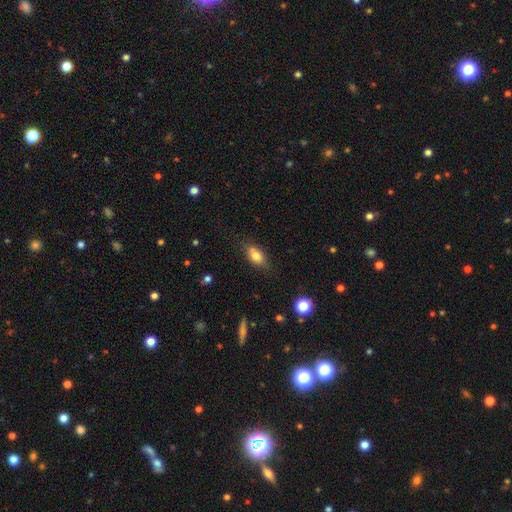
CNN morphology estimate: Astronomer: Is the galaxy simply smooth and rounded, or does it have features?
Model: smooth — 78%.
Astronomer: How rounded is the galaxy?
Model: in between — 84%.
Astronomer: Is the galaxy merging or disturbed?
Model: none — 70%.